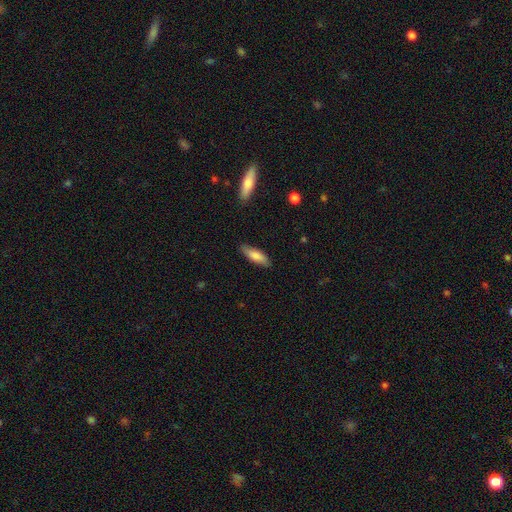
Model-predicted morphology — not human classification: smooth_or_featured: smooth (p=0.79) [alt: featured or disk p=0.15]
how_rounded: in between (p=0.55) [alt: cigar-shaped p=0.44]
merging: none (p=0.84) [alt: minor disturbance p=0.12]